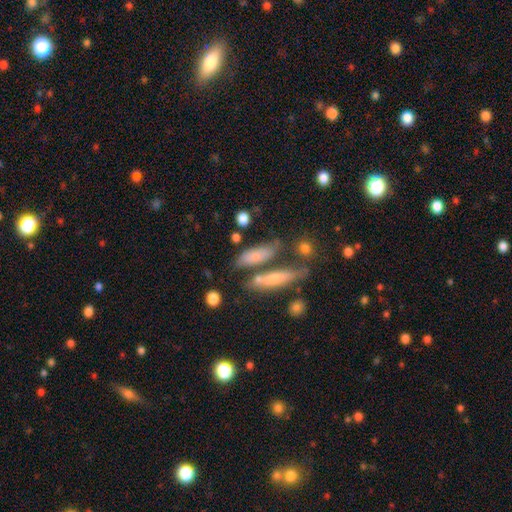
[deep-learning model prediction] smooth 67%, featured or disk 24%, star or artifact 9%. Down the decision tree: how rounded — in between (54%); merging — none (52%).